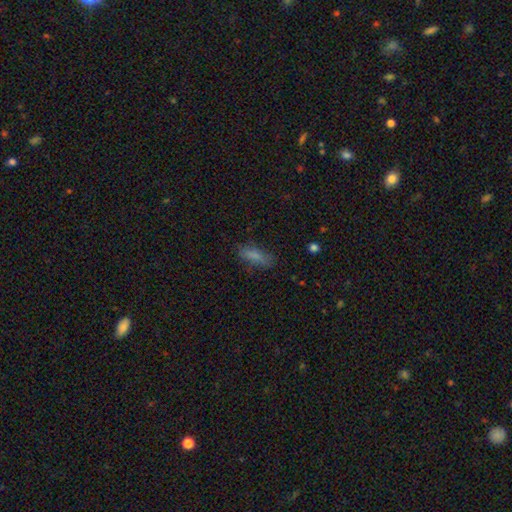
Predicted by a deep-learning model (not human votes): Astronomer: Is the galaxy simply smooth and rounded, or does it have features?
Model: smooth — 71%.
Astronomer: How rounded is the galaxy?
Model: in between — 49% (runner-up: cigar-shaped, 48%).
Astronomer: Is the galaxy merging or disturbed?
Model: none — 77%.